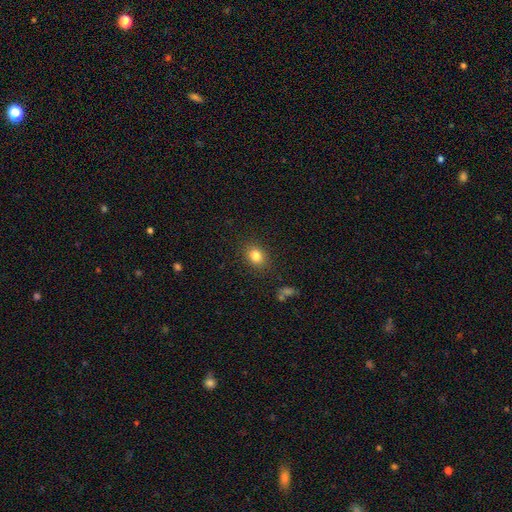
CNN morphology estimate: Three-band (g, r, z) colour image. It shows a smooth galaxy with no disk features (83%) that is round (51%). Merging: none (86%).